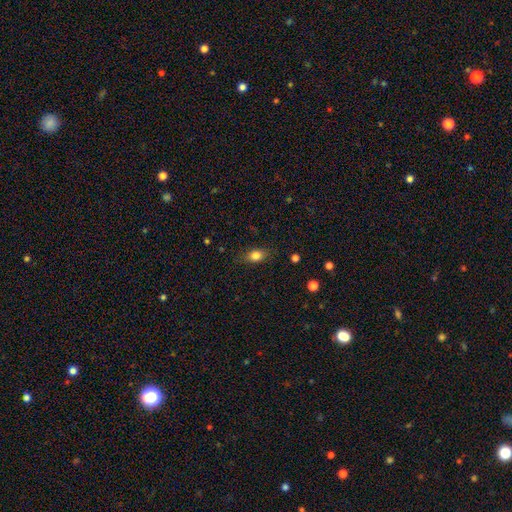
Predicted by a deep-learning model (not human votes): Smooth or featured? smooth (82%)
How rounded? in between (72%)
Merging? none (81%)